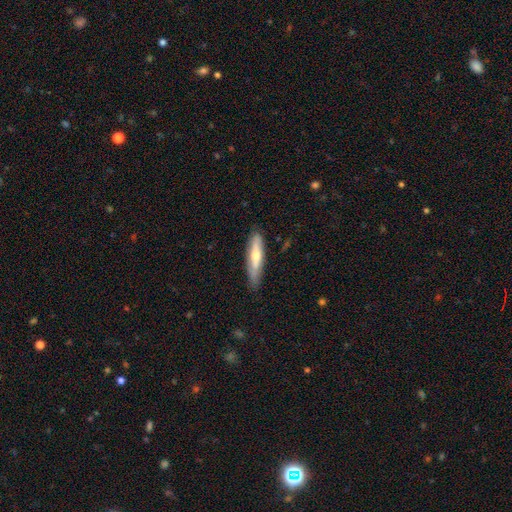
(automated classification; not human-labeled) This appears to be a smooth galaxy with no disk features (49%). Merging: none (82%).